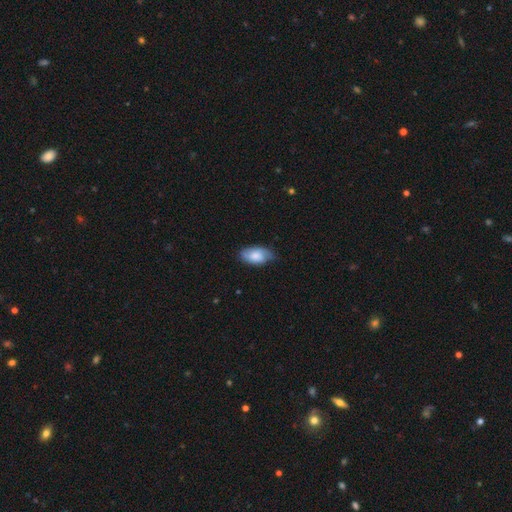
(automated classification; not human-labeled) Morphology: type=smooth (62%); roundness=in between (93%); merging=none (66%).